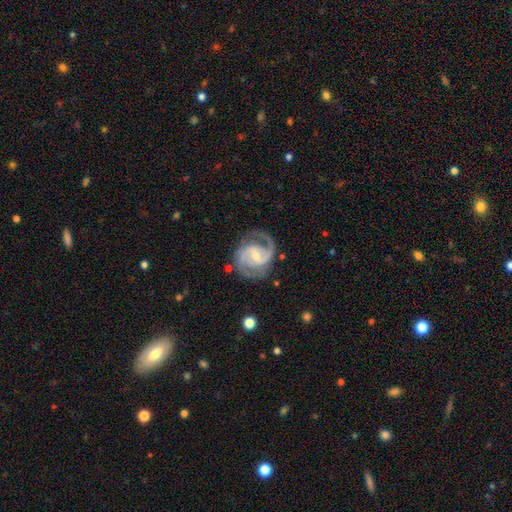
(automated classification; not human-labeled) Smooth or featured?
  - featured or disk: 91% *
  - smooth: 5%
  - star or artifact: 4%
Edge-on disk?
  - no: 98% *
  - yes: 2%
Bar?
  - weak: 51% *
  - no: 31%
  - strong: 18%
Spiral arms?
  - yes: 98% *
  - no: 2%
Spiral winding?
  - medium: 58% *
  - tight: 27%
  - loose: 15%
Spiral arm count?
  - 2: 87% *
  - 3: 5%
  - can't tell: 3%
  - 1: 2%
  - 4: 1%
  - more than 4: 1%
Bulge size?
  - small: 54% *
  - moderate: 42%
  - large: 2%
  - none: 2%
  - dominant: 1%
Merging?
  - none: 73% *
  - minor disturbance: 17%
  - major disturbance: 8%
  - merger: 2%